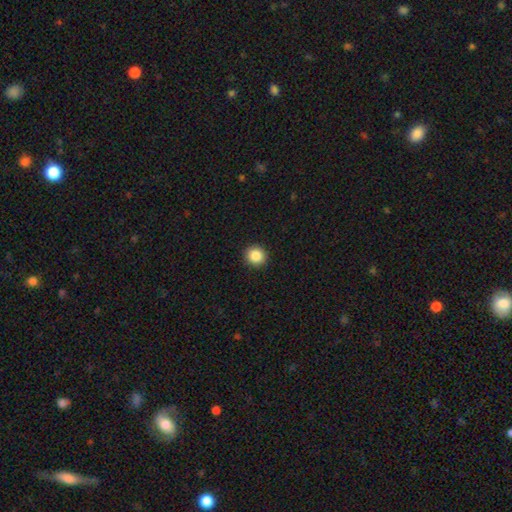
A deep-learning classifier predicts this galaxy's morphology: smooth-or-featured: smooth: 87% | star or artifact: 9% | featured or disk: 4%
  how-rounded: round: 90% | in between: 9% | cigar-shaped: 1%
  merging: none: 93% | minor disturbance: 5% | major disturbance: 2% | merger: 1%